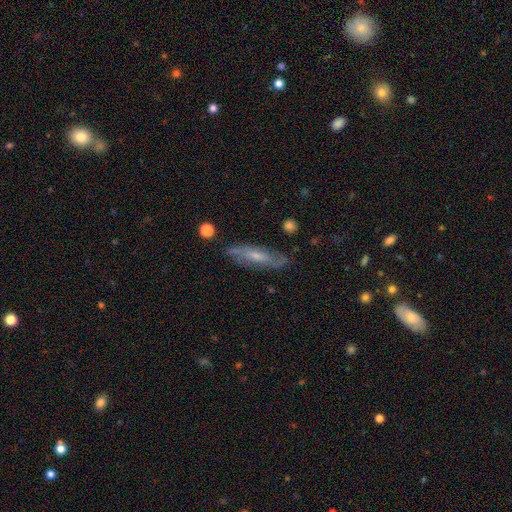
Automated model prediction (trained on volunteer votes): smooth-or-featured: featured or disk: 69% | smooth: 24% | star or artifact: 7%
  disk-edge-on: no: 71% | yes: 29%
  merging: none: 78% | minor disturbance: 15% | major disturbance: 4% | merger: 2%